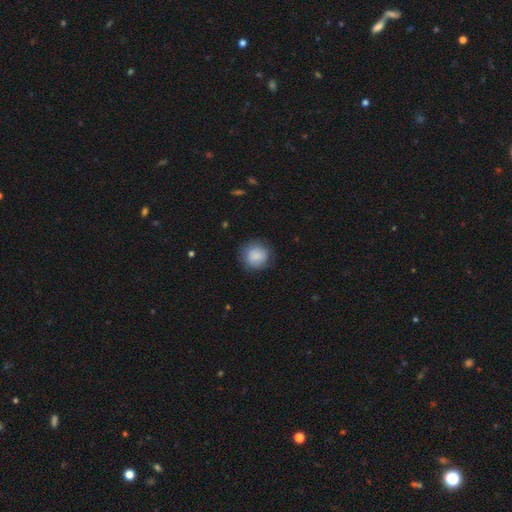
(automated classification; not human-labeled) Smooth or featured?
  - smooth: 83% *
  - featured or disk: 10%
  - star or artifact: 7%
How rounded?
  - round: 90% *
  - in between: 9%
  - cigar-shaped: 1%
Merging?
  - none: 81% *
  - minor disturbance: 14%
  - major disturbance: 5%
  - merger: 1%